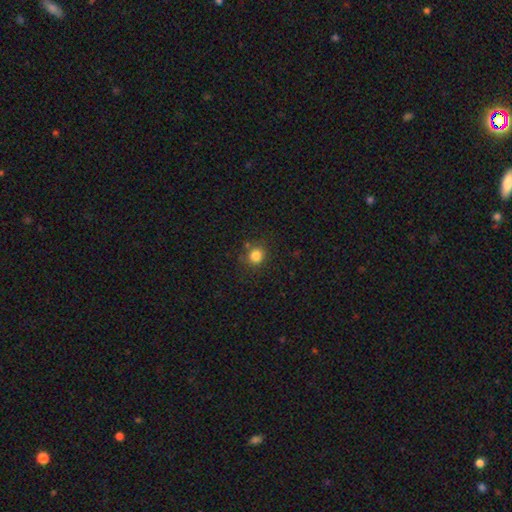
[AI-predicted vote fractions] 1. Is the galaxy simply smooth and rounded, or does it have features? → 83% smooth, 13% star or artifact, 5% featured or disk.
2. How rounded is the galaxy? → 85% round, 14% in between, 1% cigar-shaped.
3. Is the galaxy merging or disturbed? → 81% none, 11% minor disturbance, 4% merger, 4% major disturbance.